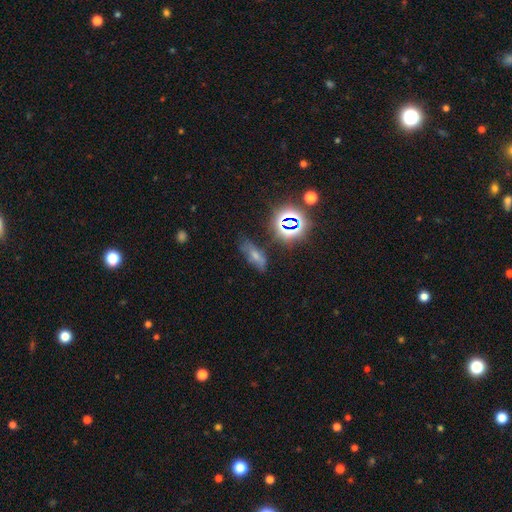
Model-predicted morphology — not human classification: smooth-or-featured: star or artifact: 40% | smooth: 32% | featured or disk: 28%